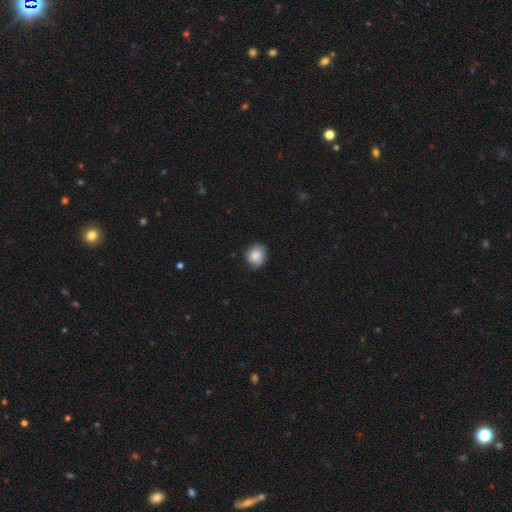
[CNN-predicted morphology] smooth_or_featured: smooth (p=0.78) [alt: featured or disk p=0.14]
how_rounded: round (p=0.63) [alt: in between p=0.36]
merging: none (p=0.69) [alt: minor disturbance p=0.25]